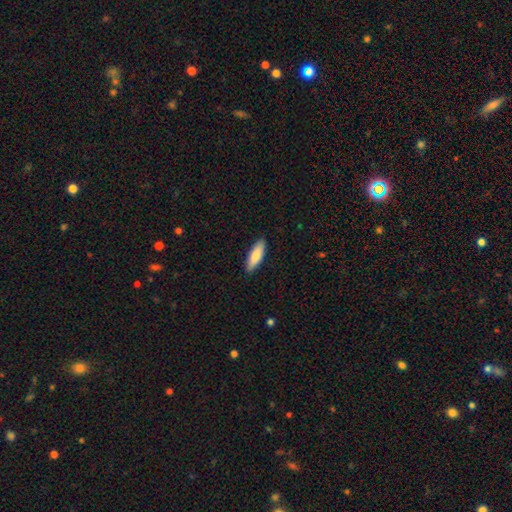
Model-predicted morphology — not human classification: smooth-or-featured: smooth: 81% | featured or disk: 14% | star or artifact: 5%
  how-rounded: in between: 51% | cigar-shaped: 47% | round: 2%
  merging: none: 89% | minor disturbance: 8% | major disturbance: 2% | merger: 1%